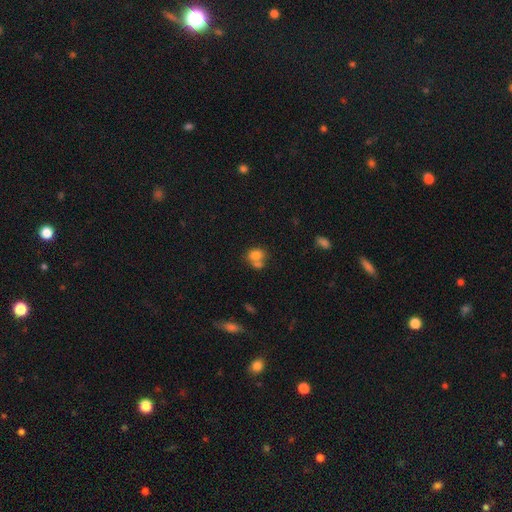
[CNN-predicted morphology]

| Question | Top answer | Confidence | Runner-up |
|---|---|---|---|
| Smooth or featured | smooth | 78% | featured or disk (12%) |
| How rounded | round | 53% | in between (46%) |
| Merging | merger | 43% | none (40%) |